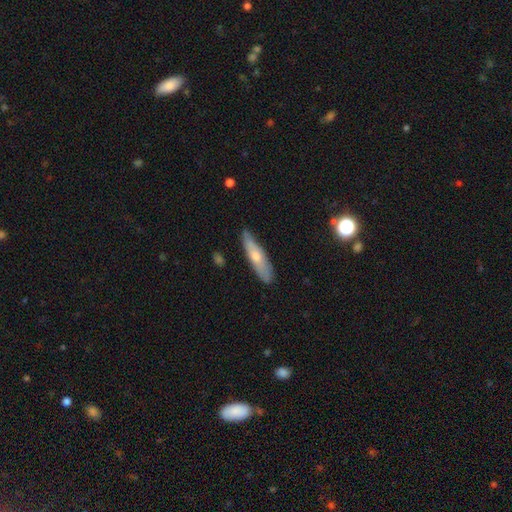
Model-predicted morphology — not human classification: Smooth or featured?
  - smooth: 52% *
  - featured or disk: 41%
  - star or artifact: 7%
How rounded?
  - cigar-shaped: 77% *
  - in between: 21%
  - round: 2%
Merging?
  - none: 81% *
  - minor disturbance: 15%
  - major disturbance: 2%
  - merger: 1%